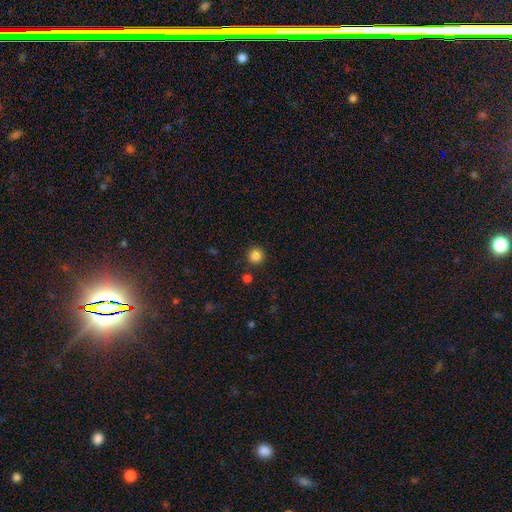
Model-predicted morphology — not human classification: A smooth galaxy with no disk features (85%) that is round (95%).

Vote fractions:
- Smooth or featured? smooth: 85% / star or artifact: 12% / featured or disk: 3%
- How rounded? round: 95% / in between: 4% / cigar-shaped: 1%
- Merging? none: 89% / minor disturbance: 5% / merger: 3% / major disturbance: 2%